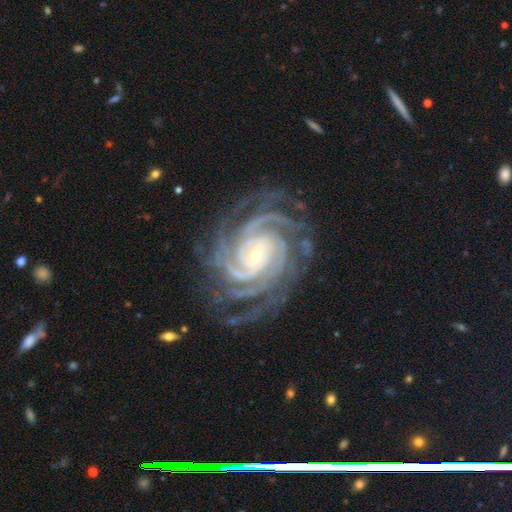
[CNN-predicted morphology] This is clearly a featured or disk galaxy (94%). It is clearly not viewed edge-on (98%). Bar: possibly no (53%). Spiral arm pattern: clearly yes (99%). Spiral arm count: marginally 4 (36%). Spiral winding: likely tight (78%). Central bulge: likely small (73%). Merging: likely none (78%).